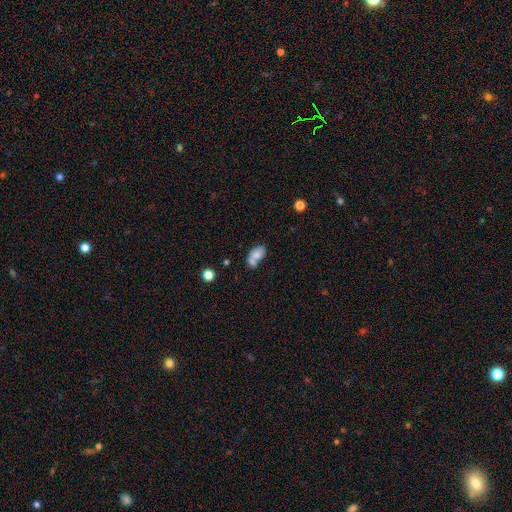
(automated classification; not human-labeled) smooth_or_featured: smooth (p=0.75) [alt: featured or disk p=0.16]
how_rounded: in between (p=0.86) [alt: round p=0.12]
merging: merger (p=0.49) [alt: none p=0.30]